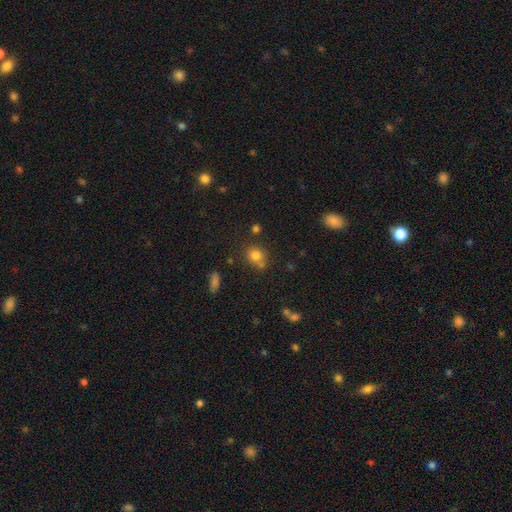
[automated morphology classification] Overall: smooth (78%). How rounded: round (76%). Merging: none (66%).